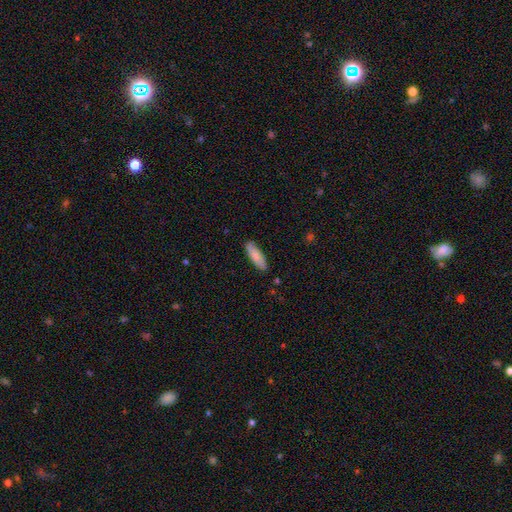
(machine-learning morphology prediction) Smooth or featured: smooth — 80% (featured or disk — 14%)
How rounded: cigar-shaped — 52% (in between — 47%)
Merging: none — 87% (minor disturbance — 10%)